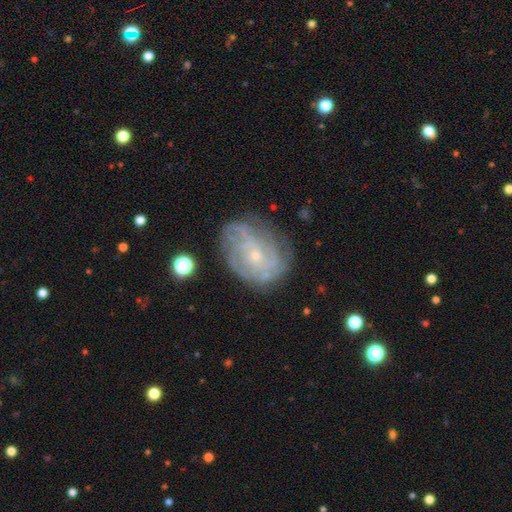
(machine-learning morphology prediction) The model was most divided on "spiral arm count": can't tell: 46%, 4: 14%, 3: 14%, 2: 13%, more than 4: 7%, 1: 5%. More confident: edge-on disk — no (97%); spiral arms — yes (89%); smooth or featured — featured or disk (77%); bulge size — small (75%); merging — none (72%); bar — no (71%); spiral winding — tight (62%).